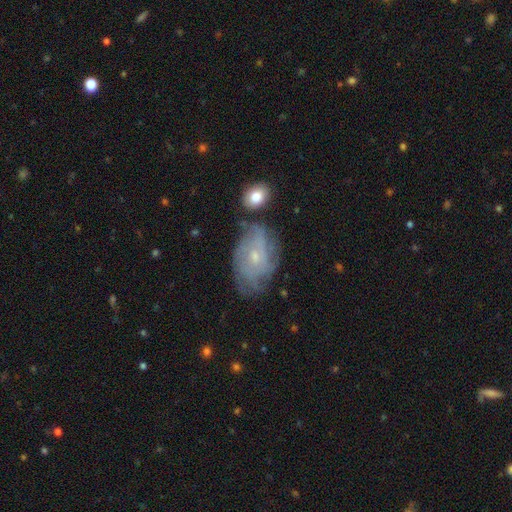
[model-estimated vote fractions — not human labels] Smooth or featured?
  - featured or disk: 68% *
  - smooth: 23%
  - star or artifact: 9%
Edge-on disk?
  - no: 96% *
  - yes: 4%
Bar?
  - no: 75% *
  - weak: 22%
  - strong: 3%
Spiral arms?
  - yes: 81% *
  - no: 19%
Spiral winding?
  - tight: 57% *
  - medium: 30%
  - loose: 13%
Spiral arm count?
  - can't tell: 58% *
  - 2: 11%
  - 3: 11%
  - 4: 11%
  - more than 4: 5%
  - 1: 4%
Bulge size?
  - small: 71% *
  - moderate: 24%
  - none: 2%
  - large: 1%
  - dominant: 1%
Merging?
  - none: 57% *
  - minor disturbance: 25%
  - major disturbance: 11%
  - merger: 7%